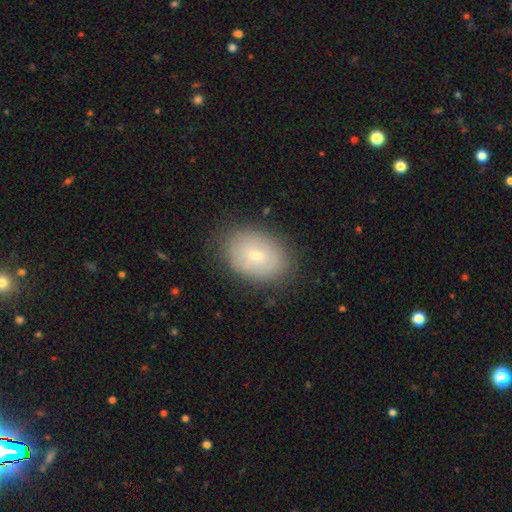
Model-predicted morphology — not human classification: smooth_or_featured: smooth (p=0.64) [alt: featured or disk p=0.27]
how_rounded: in between (p=0.78) [alt: round p=0.21]
merging: none (p=0.83) [alt: minor disturbance p=0.13]